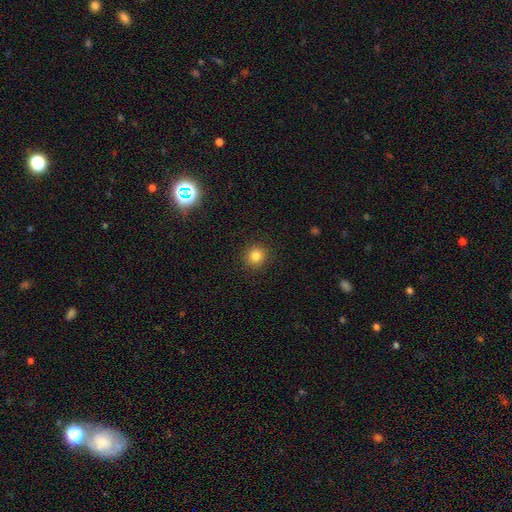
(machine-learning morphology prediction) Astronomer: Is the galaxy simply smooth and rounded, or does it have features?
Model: smooth — 82%.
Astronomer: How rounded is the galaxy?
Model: round — 92%.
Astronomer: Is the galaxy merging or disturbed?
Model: none — 91%.